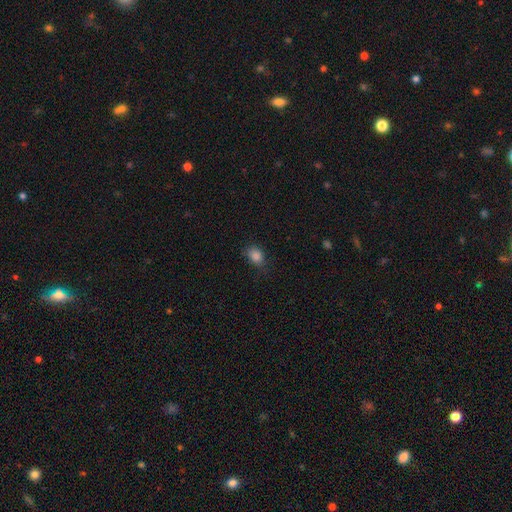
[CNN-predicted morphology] Smooth or featured?
  - smooth: 85% *
  - star or artifact: 11%
  - featured or disk: 4%
How rounded?
  - in between: 64% *
  - round: 35%
  - cigar-shaped: 1%
Merging?
  - none: 72% *
  - minor disturbance: 21%
  - major disturbance: 6%
  - merger: 1%